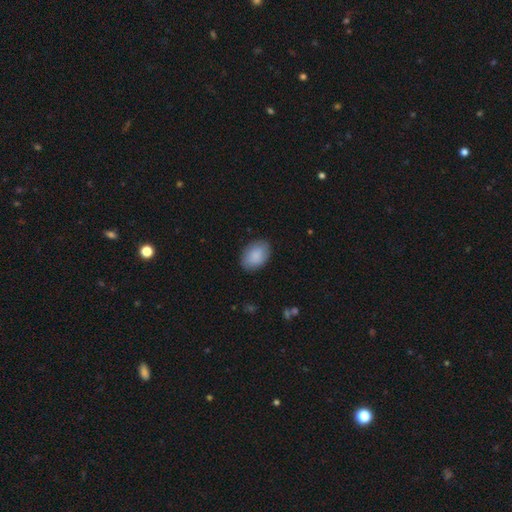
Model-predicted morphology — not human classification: smooth 87%, featured or disk 7%, star or artifact 6%. Down the decision tree: how rounded — in between (85%); merging — none (85%).